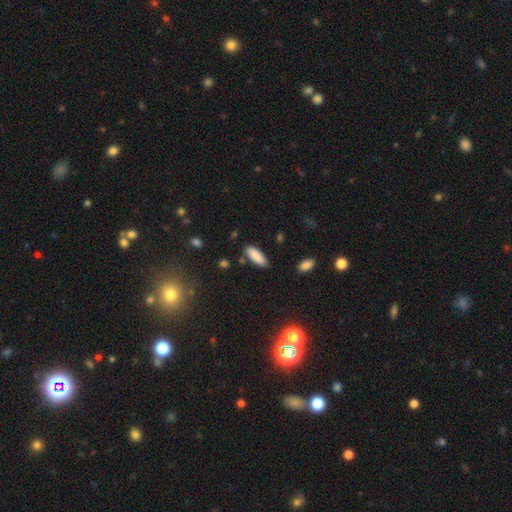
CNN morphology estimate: The model was most divided on "how rounded": in between: 61%, cigar-shaped: 37%, round: 2%. More confident: smooth or featured — smooth (88%); merging — none (82%).